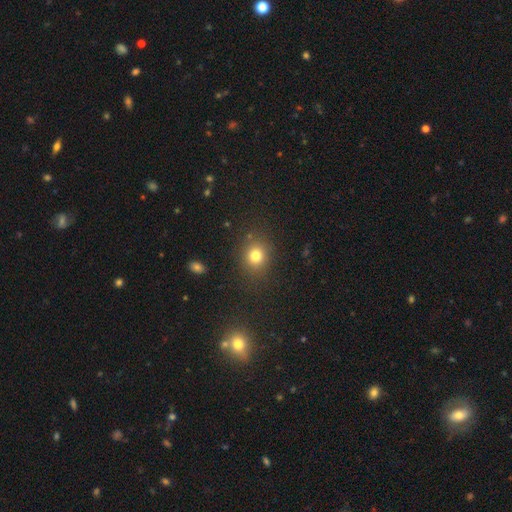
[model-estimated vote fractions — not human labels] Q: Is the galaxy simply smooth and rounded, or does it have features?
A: smooth — 78%.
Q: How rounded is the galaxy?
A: round — 76%.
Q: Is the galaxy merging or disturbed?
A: none — 84%.